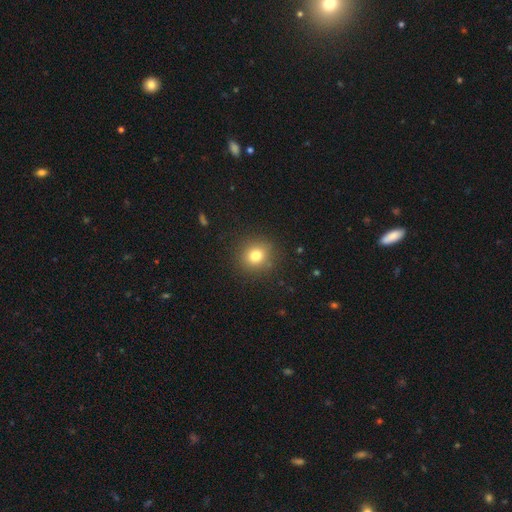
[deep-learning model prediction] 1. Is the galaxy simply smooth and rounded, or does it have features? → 78% smooth, 13% star or artifact, 9% featured or disk.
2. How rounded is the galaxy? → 87% round, 12% in between, 1% cigar-shaped.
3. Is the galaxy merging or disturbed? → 88% none, 8% minor disturbance, 3% major disturbance, 1% merger.